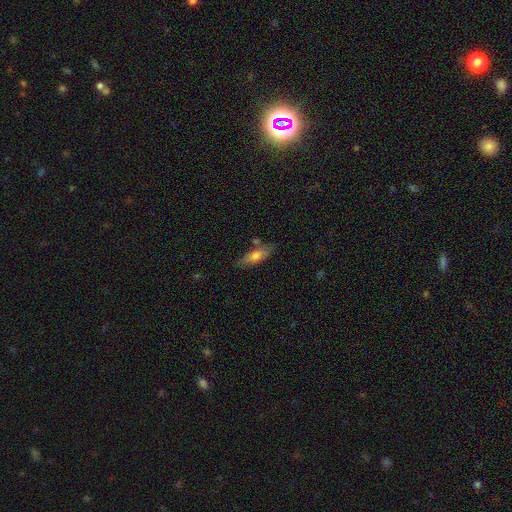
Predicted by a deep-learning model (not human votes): Smooth or featured? smooth (66%)
How rounded? in between (54%)
Merging? none (72%)